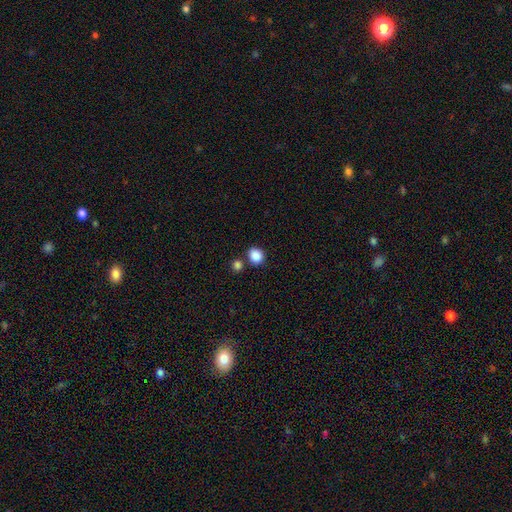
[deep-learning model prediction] The model was most divided on "how rounded": round: 74%, in between: 25%, cigar-shaped: 1%. More confident: smooth or featured — smooth (87%); merging — none (73%).